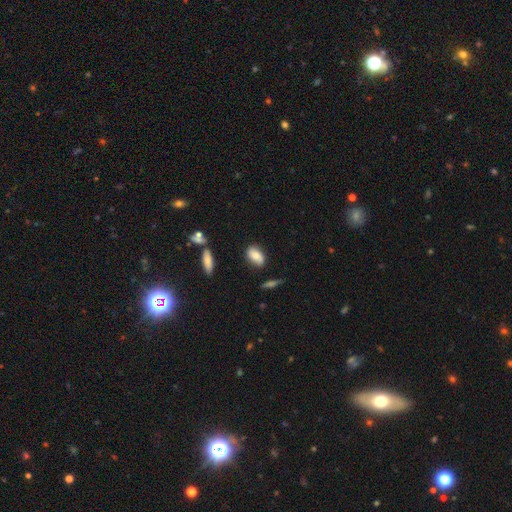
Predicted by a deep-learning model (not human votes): Q: Smooth or featured?
A: smooth (70%); runner-up: featured or disk (21%)
Q: How rounded?
A: in between (87%); runner-up: round (10%)
Q: Merging?
A: none (74%); runner-up: minor disturbance (18%)